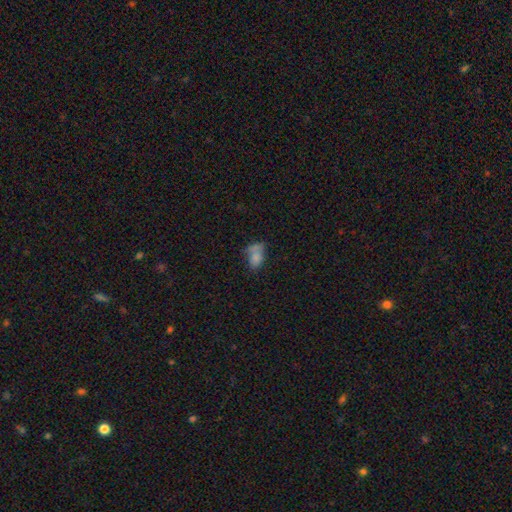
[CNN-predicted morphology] This is likely a smooth galaxy (73%). How rounded: clearly in between (85%). Merging: marginally none (33%).